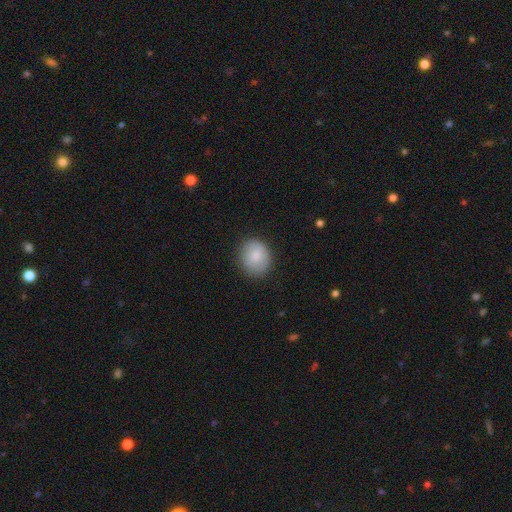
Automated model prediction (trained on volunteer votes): smooth_or_featured: smooth (p=0.82) [alt: featured or disk p=0.11]
how_rounded: round (p=0.67) [alt: in between p=0.32]
merging: none (p=0.82) [alt: minor disturbance p=0.13]